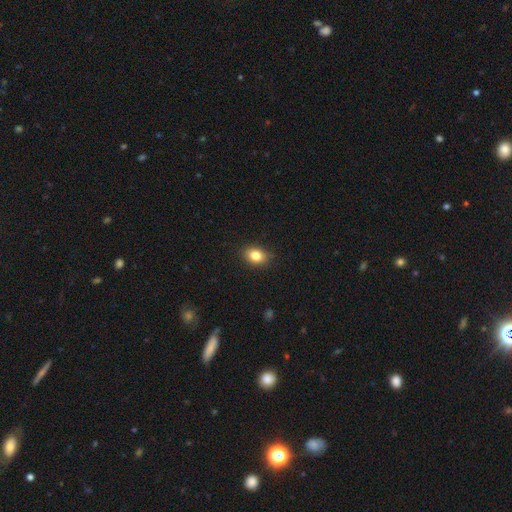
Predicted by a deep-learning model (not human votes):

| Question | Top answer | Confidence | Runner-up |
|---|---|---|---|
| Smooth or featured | smooth | 82% | star or artifact (10%) |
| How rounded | in between | 67% | round (32%) |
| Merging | none | 86% | minor disturbance (11%) |